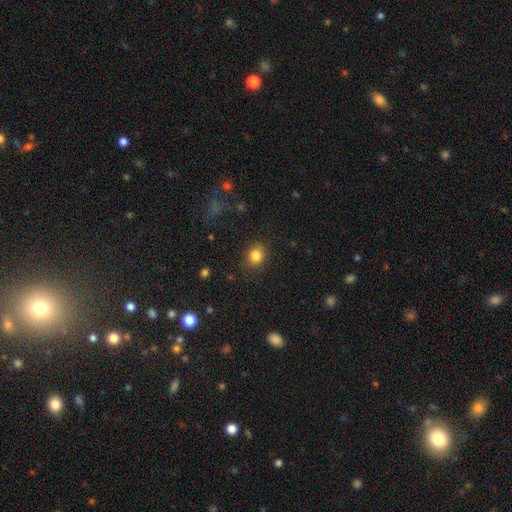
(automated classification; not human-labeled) A smooth galaxy with no disk features (83%) that is round (66%). Merging: none (82%).